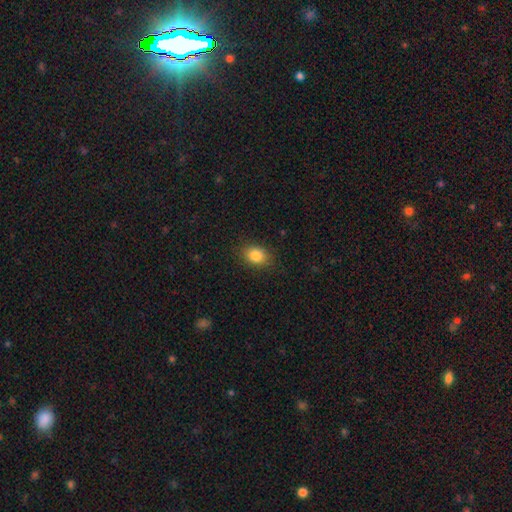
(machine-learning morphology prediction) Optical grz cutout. It shows a smooth galaxy with no disk features (85%) that is in between round and cigar-shaped (63%). Merging: none (86%).